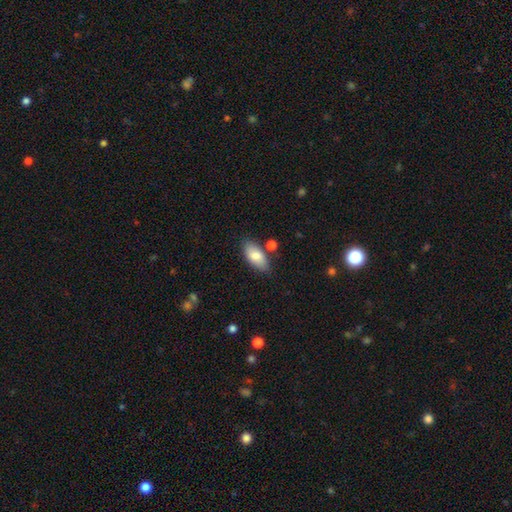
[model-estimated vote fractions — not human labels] Smooth or featured?
  - smooth: 81% *
  - featured or disk: 13%
  - star or artifact: 7%
How rounded?
  - in between: 90% *
  - cigar-shaped: 7%
  - round: 3%
Merging?
  - none: 77% *
  - minor disturbance: 13%
  - merger: 7%
  - major disturbance: 3%